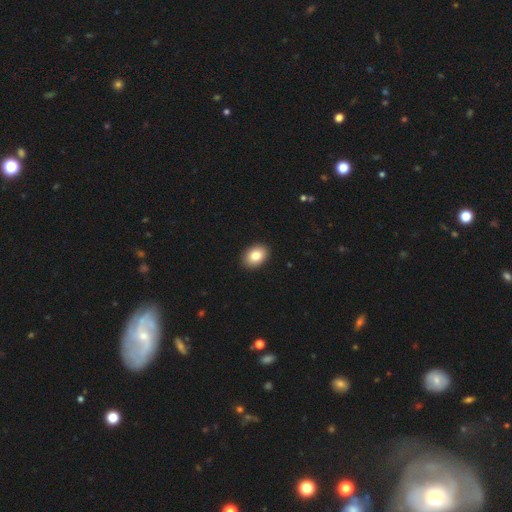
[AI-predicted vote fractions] Overall: smooth (84%). How rounded: in between (80%). Merging: none (92%).